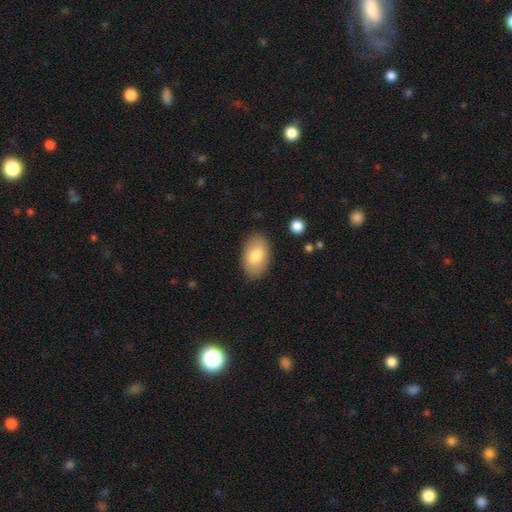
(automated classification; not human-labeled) smooth-or-featured: smooth: 78% | featured or disk: 15% | star or artifact: 6%
  how-rounded: in between: 91% | round: 8% | cigar-shaped: 1%
  merging: none: 86% | minor disturbance: 10% | major disturbance: 2% | merger: 1%